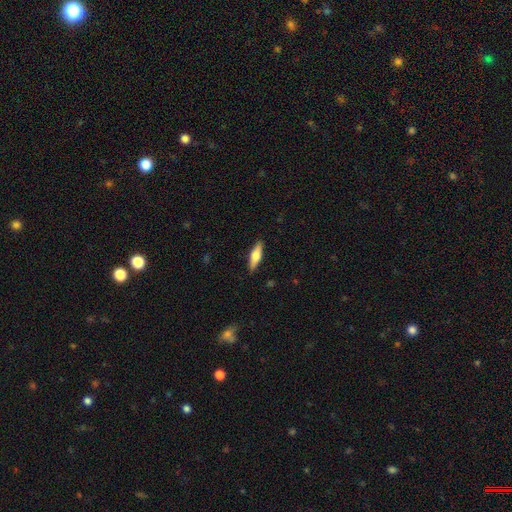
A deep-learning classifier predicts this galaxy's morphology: A smooth galaxy with no disk features (61%) that is cigar-shaped (53%).

Vote fractions:
- Smooth or featured? smooth: 61% / featured or disk: 33% / star or artifact: 6%
- How rounded? cigar-shaped: 53% / in between: 45% / round: 2%
- Merging? none: 88% / minor disturbance: 9% / major disturbance: 2% / merger: 1%